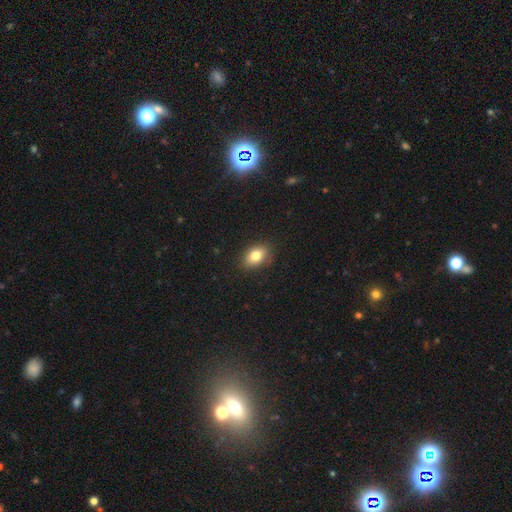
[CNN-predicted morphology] This is clearly a smooth galaxy (81%). How rounded: clearly in between (80%). Merging: clearly none (86%).